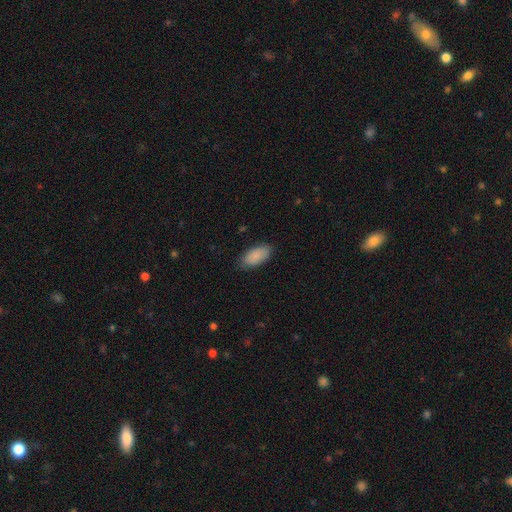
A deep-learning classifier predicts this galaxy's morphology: A smooth galaxy with no disk features (89%) that is in between round and cigar-shaped (92%). Merging: none (83%).